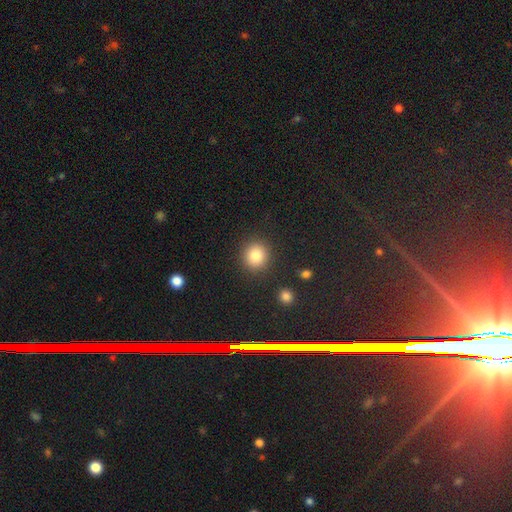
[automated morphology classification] This is clearly a smooth galaxy (84%). How rounded: clearly round (90%). Merging: clearly none (88%).